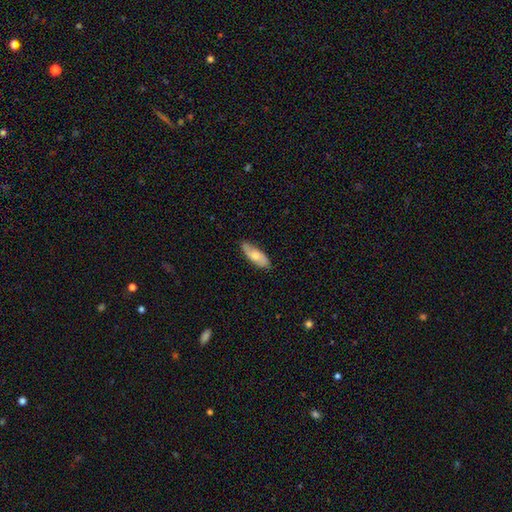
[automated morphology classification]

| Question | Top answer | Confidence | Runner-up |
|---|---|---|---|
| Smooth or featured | smooth | 56% | featured or disk (39%) |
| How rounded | in between | 73% | cigar-shaped (25%) |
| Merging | none | 81% | minor disturbance (16%) |